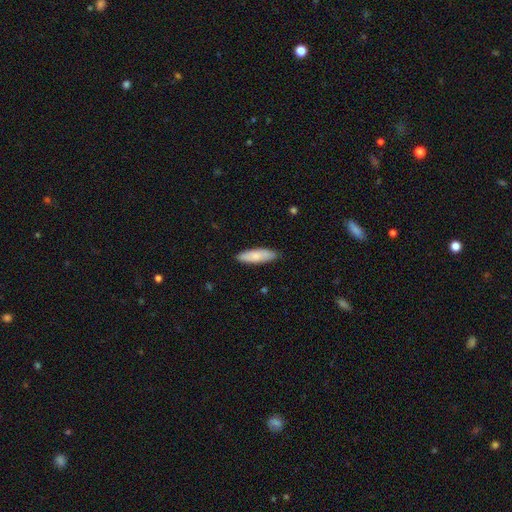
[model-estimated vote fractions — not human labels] Morphology: type=smooth (80%); roundness=in between (51%); merging=none (86%).